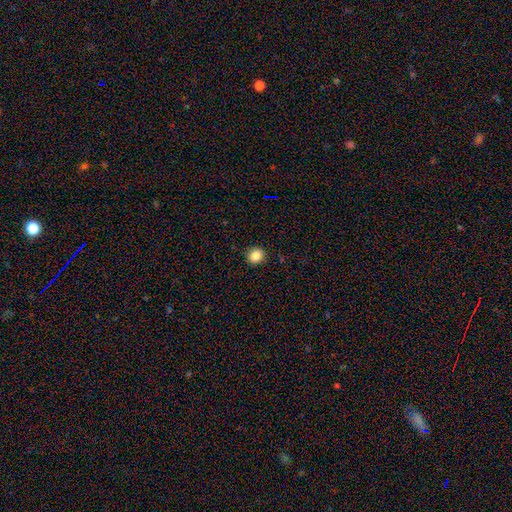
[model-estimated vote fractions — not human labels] This appears to be a smooth galaxy with no disk features (85%) that is round (89%). Merging: none (92%).